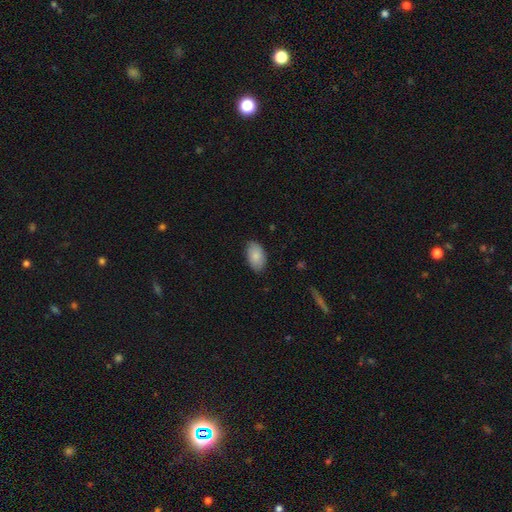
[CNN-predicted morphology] Smooth or featured?
  - smooth: 86% *
  - featured or disk: 8%
  - star or artifact: 6%
How rounded?
  - in between: 94% *
  - round: 5%
  - cigar-shaped: 1%
Merging?
  - none: 81% *
  - minor disturbance: 15%
  - major disturbance: 3%
  - merger: 1%